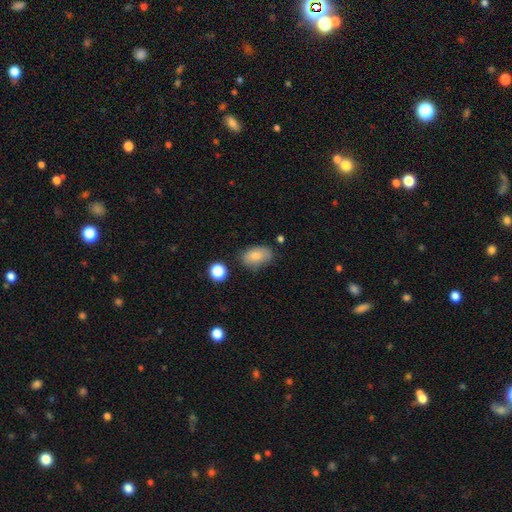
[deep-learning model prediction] Overall: smooth (84%). How rounded: in between (89%). Merging: none (68%).